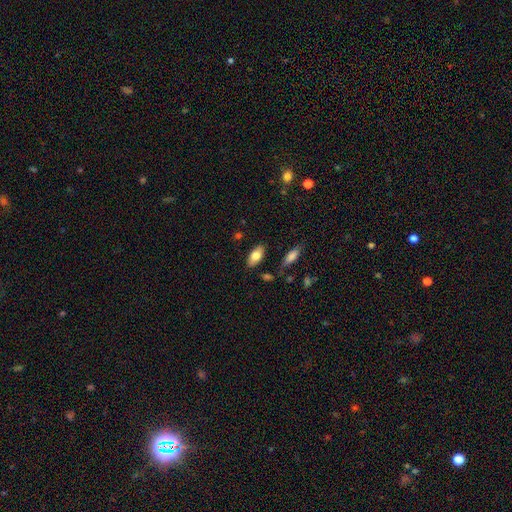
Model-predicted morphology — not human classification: Smooth or featured? Predicted: smooth (p=0.78). How rounded? Predicted: in between (p=0.90). Merging? Predicted: none (p=0.83).